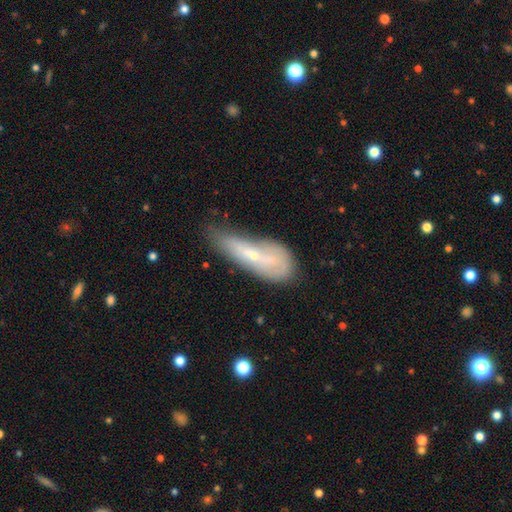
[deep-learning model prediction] featured or disk 46%, smooth 45%, star or artifact 9%. Down the decision tree: merging — minor disturbance (35%).